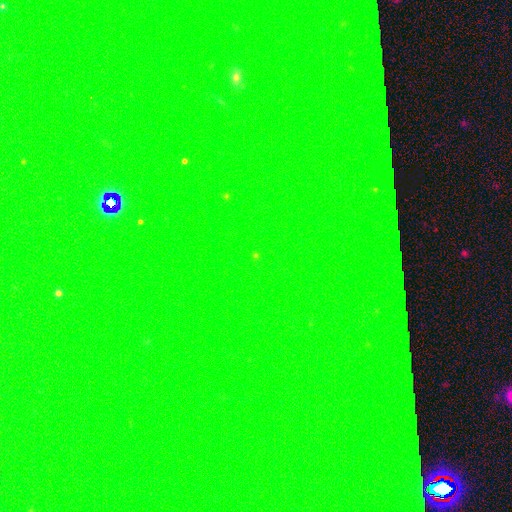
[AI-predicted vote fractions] star or artifact 80%, smooth 11%, featured or disk 8%.